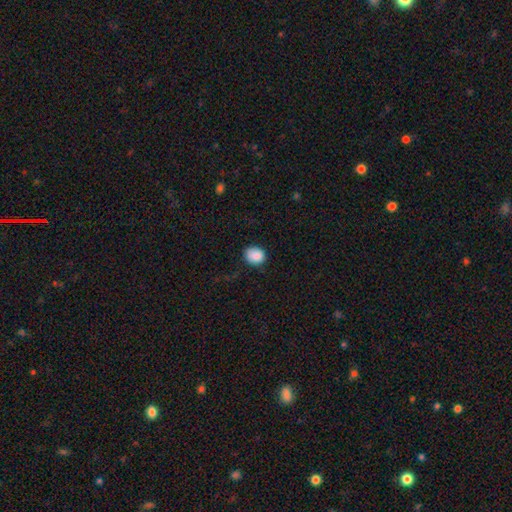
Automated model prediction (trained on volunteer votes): Q: Smooth or featured?
A: smooth (87%); runner-up: star or artifact (8%)
Q: How rounded?
A: round (63%); runner-up: in between (36%)
Q: Merging?
A: none (75%); runner-up: minor disturbance (20%)